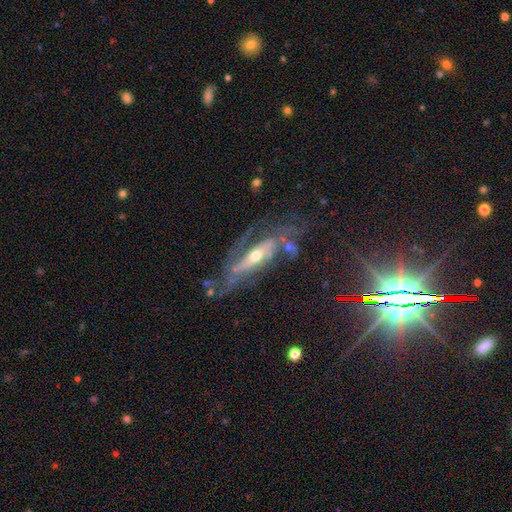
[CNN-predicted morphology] A featured or disk galaxy (79%) with no bar (49%), spiral arms (80%) and a moderate central bulge (56%). Merging: none (50%).